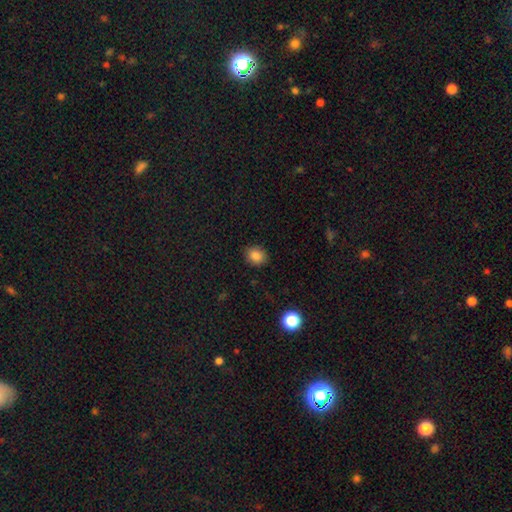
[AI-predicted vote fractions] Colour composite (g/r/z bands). It shows a smooth galaxy with no disk features (84%) that is round (69%). Merging: none (89%).